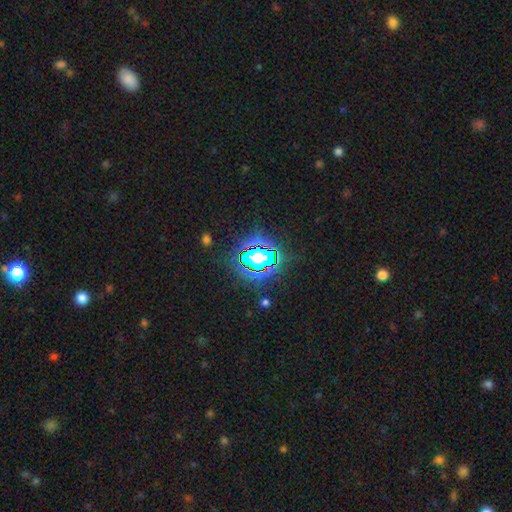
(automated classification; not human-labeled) This appears to be a star or artifact, not a galaxy (67%).